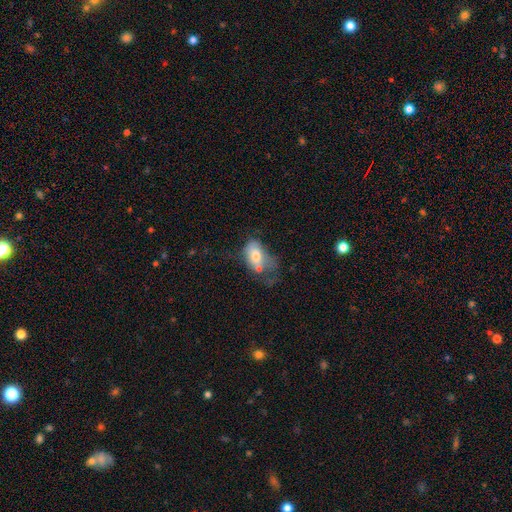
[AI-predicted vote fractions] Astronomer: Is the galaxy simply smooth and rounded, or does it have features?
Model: smooth — 65%.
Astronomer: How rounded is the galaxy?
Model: in between — 86%.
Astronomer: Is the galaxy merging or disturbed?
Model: major disturbance — 33% (runner-up: minor disturbance, 25%).